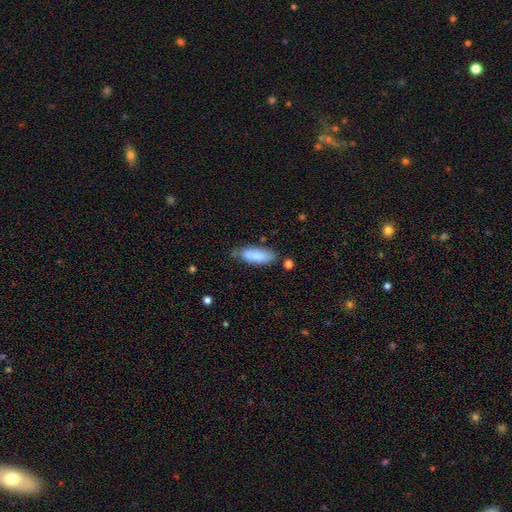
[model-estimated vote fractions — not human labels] This appears to be a smooth galaxy with no disk features (85%) that is in between round and cigar-shaped (67%). Merging: none (67%).